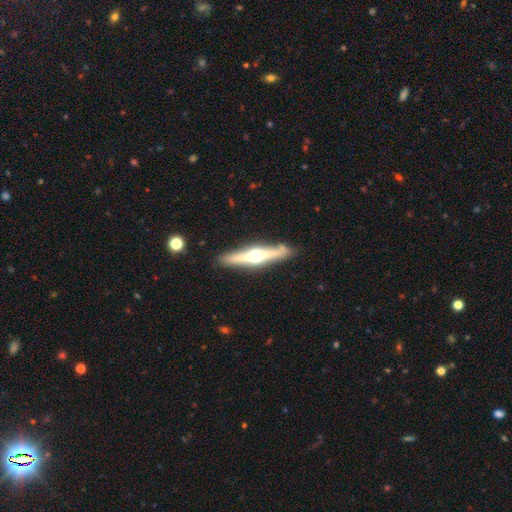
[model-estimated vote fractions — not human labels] A featured or disk galaxy (78%) viewed edge-on (97%) with a rounded central bulge (96%).

Vote fractions:
- Smooth or featured? featured or disk: 78% / smooth: 18% / star or artifact: 5%
- Edge-on disk? yes: 97% / no: 3%
- Edge-on bulge? rounded: 96% / boxy: 3% / none: 2%
- Merging? none: 88% / minor disturbance: 8% / major disturbance: 2% / merger: 2%